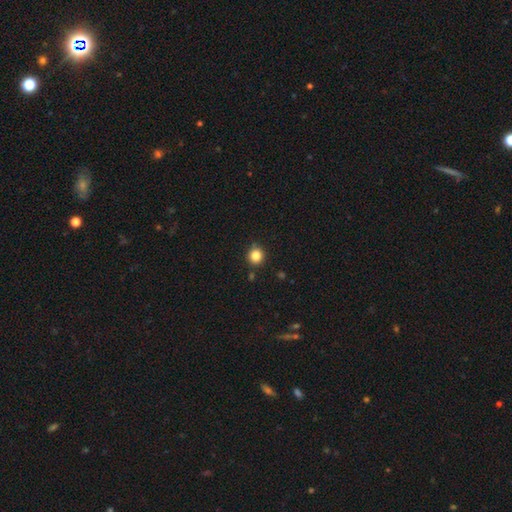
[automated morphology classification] smooth 84%, star or artifact 11%, featured or disk 4%. Down the decision tree: how rounded — round (90%); merging — none (86%).